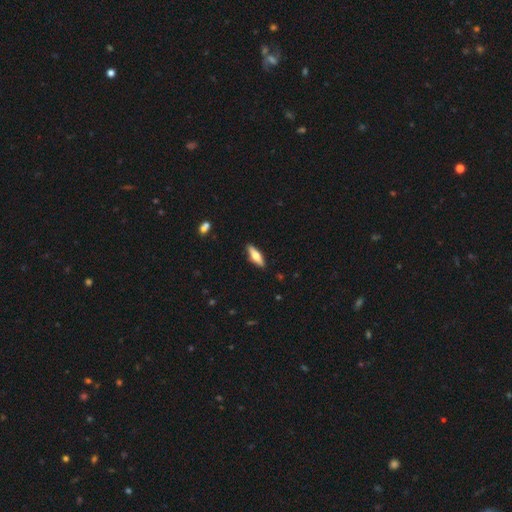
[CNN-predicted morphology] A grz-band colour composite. It shows a smooth galaxy with no disk features (56%) that is cigar-shaped (57%). Merging: none (89%).